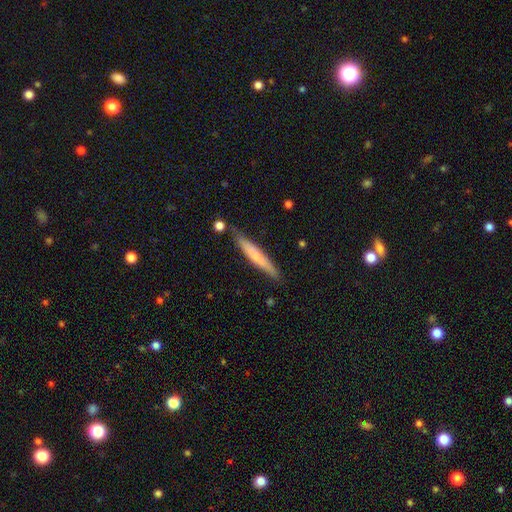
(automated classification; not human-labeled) smooth_or_featured: smooth (p=0.61) [alt: featured or disk p=0.33]
how_rounded: cigar-shaped (p=0.94) [alt: in between p=0.05]
merging: none (p=0.79) [alt: minor disturbance p=0.15]